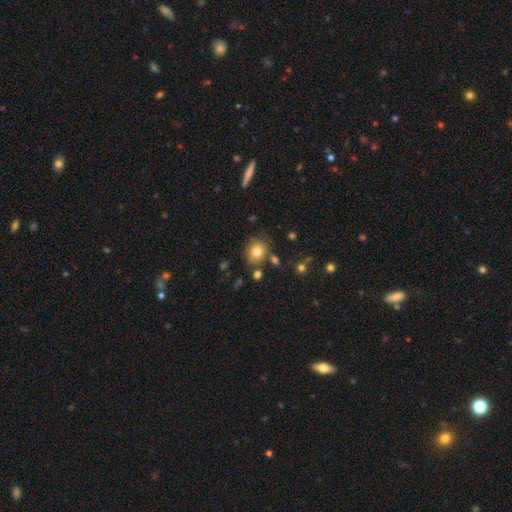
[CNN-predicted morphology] A smooth galaxy with no disk features (67%) that is round (75%).

Vote fractions:
- Smooth or featured? smooth: 67% / star or artifact: 22% / featured or disk: 11%
- How rounded? round: 75% / in between: 23% / cigar-shaped: 2%
- Merging? none: 81% / minor disturbance: 10% / merger: 7% / major disturbance: 3%